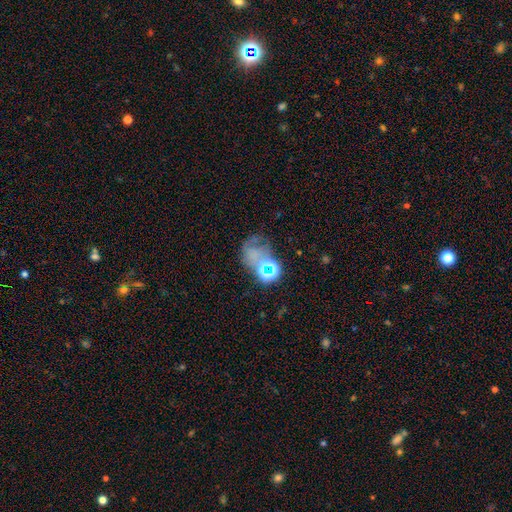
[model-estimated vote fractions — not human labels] This is marginally a star or artifact rather than a galaxy (36%, tied with smooth).